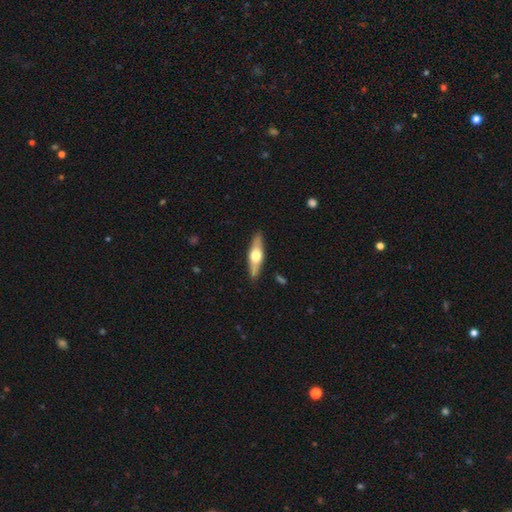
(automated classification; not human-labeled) A featured or disk galaxy (55%) viewed edge-on (91%).

Vote fractions:
- Smooth or featured? featured or disk: 55% / smooth: 40% / star or artifact: 5%
- Edge-on disk? yes: 91% / no: 9%
- Merging? none: 88% / minor disturbance: 9% / major disturbance: 2% / merger: 1%